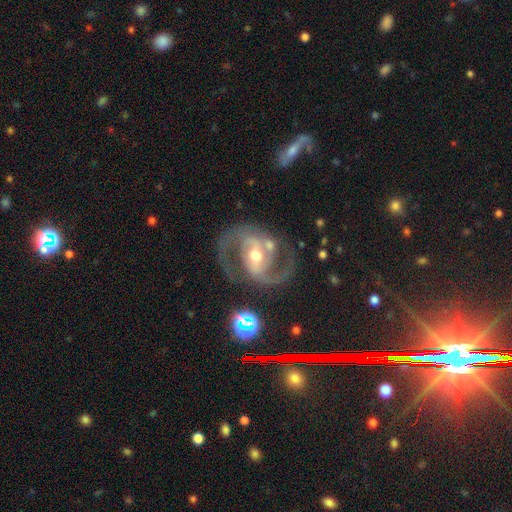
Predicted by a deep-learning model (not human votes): Smooth or featured? Predicted: featured or disk (p=0.90). Edge-on disk? Predicted: no (p=0.97). Bar? Predicted: strong (p=0.41). Spiral arms? Predicted: yes (p=0.97). Spiral winding? Predicted: medium (p=0.66). Spiral arm count? Predicted: 2 (p=0.93). Bulge size? Predicted: moderate (p=0.65). Merging? Predicted: none (p=0.74).